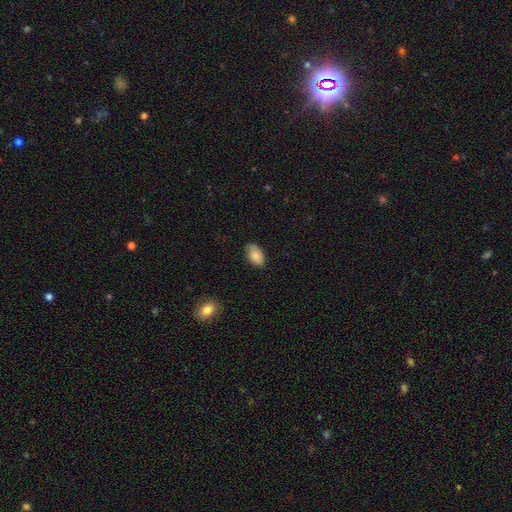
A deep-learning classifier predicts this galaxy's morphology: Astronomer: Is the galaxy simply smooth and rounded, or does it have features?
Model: smooth — 85%.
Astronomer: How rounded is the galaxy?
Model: in between — 94%.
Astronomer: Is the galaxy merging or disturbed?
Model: none — 79%.